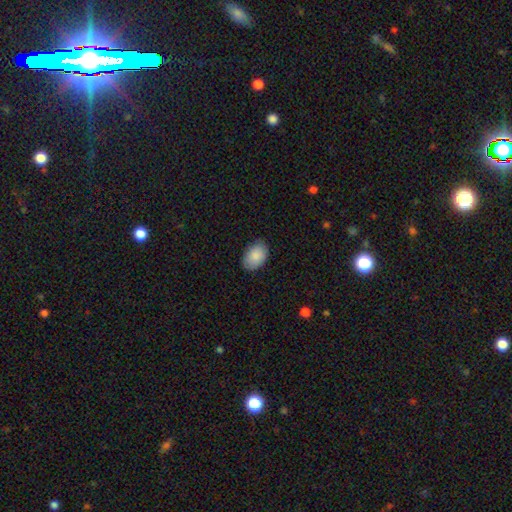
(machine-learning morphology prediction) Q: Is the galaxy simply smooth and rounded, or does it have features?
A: smooth — 88%.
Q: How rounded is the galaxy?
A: in between — 87%.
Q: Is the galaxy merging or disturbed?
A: none — 82%.